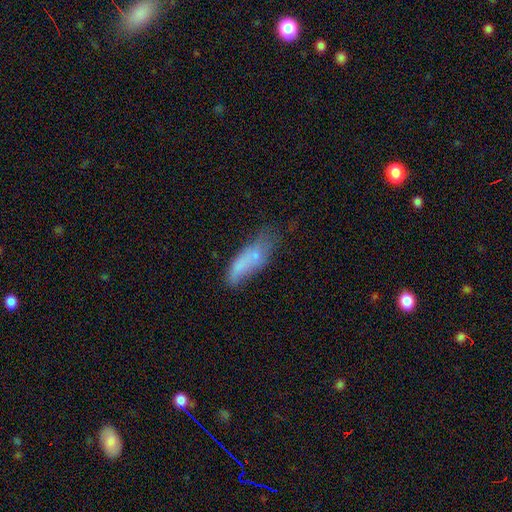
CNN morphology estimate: A smooth galaxy with no disk features (67%) that is in between round and cigar-shaped (64%). Merging: none (36%).